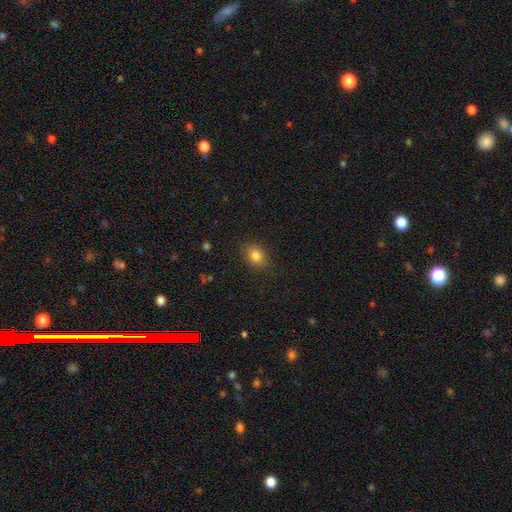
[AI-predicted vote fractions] Smooth or featured: smooth — 82% (star or artifact — 10%)
How rounded: in between — 69% (round — 29%)
Merging: none — 85% (minor disturbance — 11%)